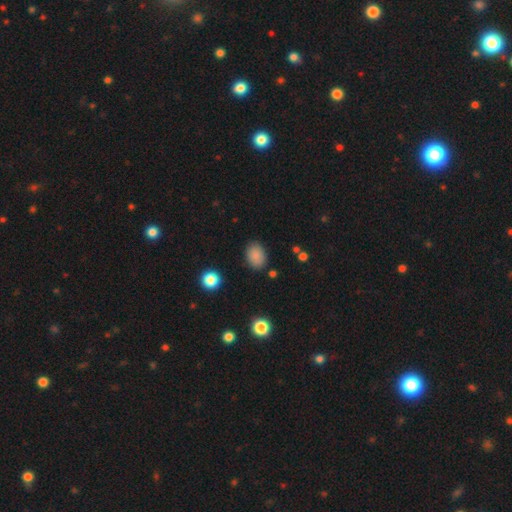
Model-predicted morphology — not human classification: Overall: smooth (86%). How rounded: in between (77%). Merging: none (85%).